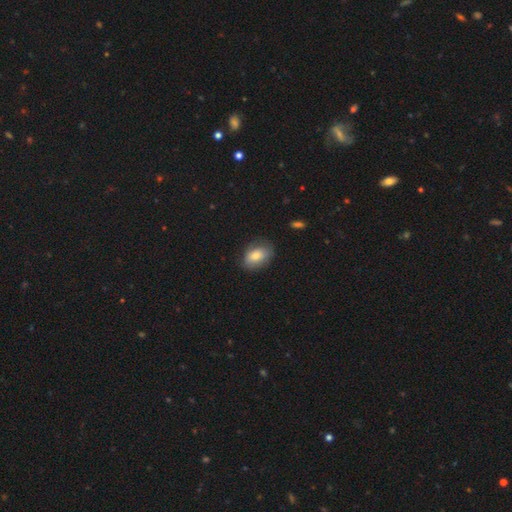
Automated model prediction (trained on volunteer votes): Smooth or featured: smooth — 79% (featured or disk — 14%)
How rounded: in between — 85% (round — 14%)
Merging: none — 74% (minor disturbance — 20%)